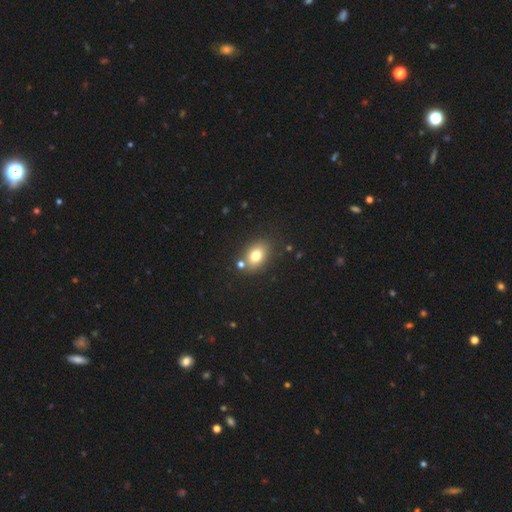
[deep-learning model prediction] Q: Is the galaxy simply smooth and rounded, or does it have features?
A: smooth — 76%.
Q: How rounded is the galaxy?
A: in between — 68%.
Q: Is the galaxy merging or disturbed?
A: none — 74%.